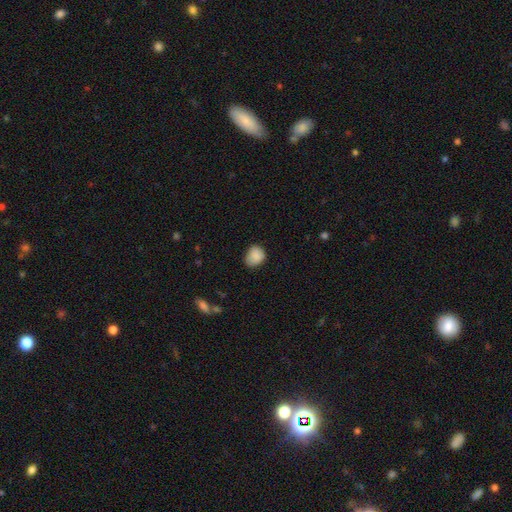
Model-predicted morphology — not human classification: This is clearly a smooth galaxy (87%). How rounded: possibly round (54%). Merging: likely none (68%).